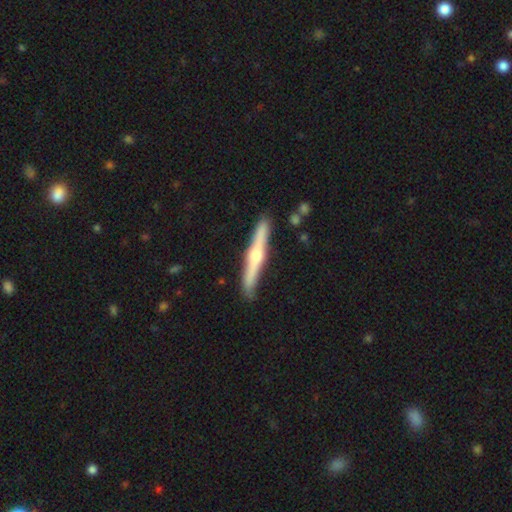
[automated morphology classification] Smooth or featured? Predicted: featured or disk (p=0.68). Edge-on disk? Predicted: yes (p=0.96). Edge-on bulge? Predicted: rounded (p=0.83). Merging? Predicted: none (p=0.87).